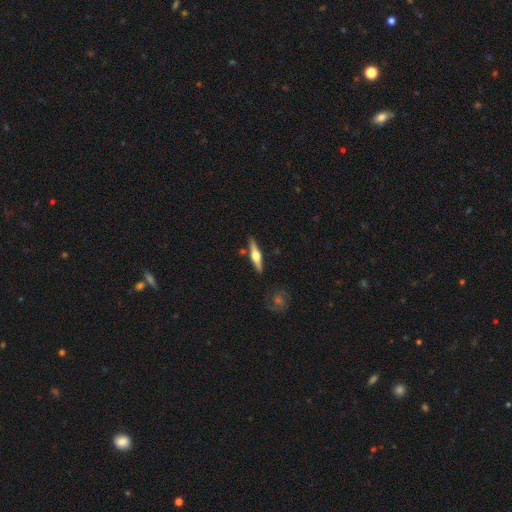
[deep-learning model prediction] Q: Smooth or featured?
A: featured or disk (73%); runner-up: smooth (22%)
Q: Edge-on disk?
A: yes (97%); runner-up: no (3%)
Q: Edge-on bulge?
A: rounded (94%); runner-up: boxy (4%)
Q: Merging?
A: none (86%); runner-up: minor disturbance (9%)